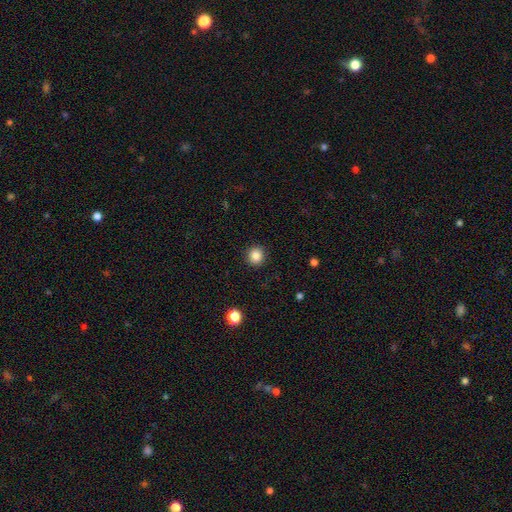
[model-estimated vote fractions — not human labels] This appears to be a smooth galaxy with no disk features (85%) that is round (92%). Merging: none (92%).